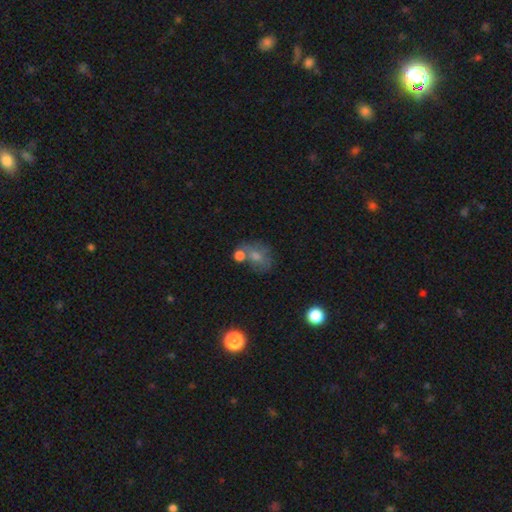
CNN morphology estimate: Smooth or featured? smooth (56%)
How rounded? in between (53%)
Merging? none (48%)